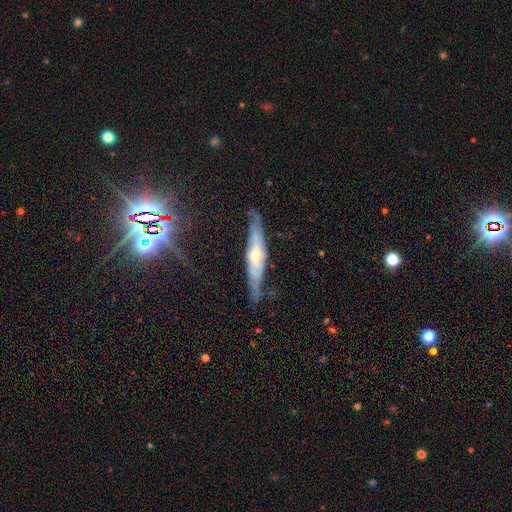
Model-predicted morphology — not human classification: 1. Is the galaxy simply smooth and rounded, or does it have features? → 68% featured or disk, 23% smooth, 8% star or artifact.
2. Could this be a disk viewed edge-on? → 74% yes, 26% no.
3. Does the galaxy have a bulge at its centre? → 71% rounded, 20% none, 9% boxy.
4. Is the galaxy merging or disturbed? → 75% none, 19% minor disturbance, 4% major disturbance, 2% merger.